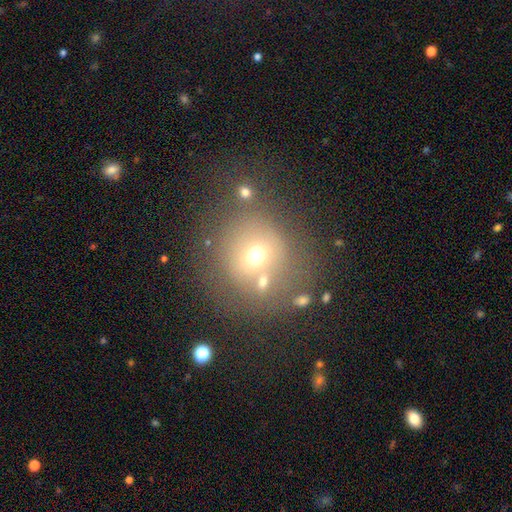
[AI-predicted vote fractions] Smooth or featured? smooth (62%)
How rounded? round (84%)
Merging? none (63%)